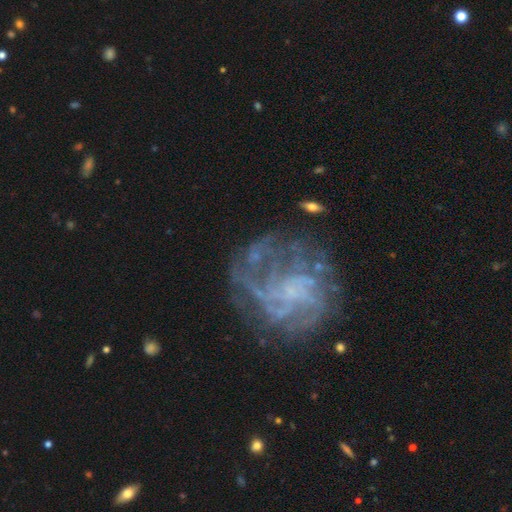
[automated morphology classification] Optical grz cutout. It shows a featured or disk galaxy (79%) with no bar (71%), tight (44%) spiral arms (82%) and no central bulge (54%). Merging: none (61%).